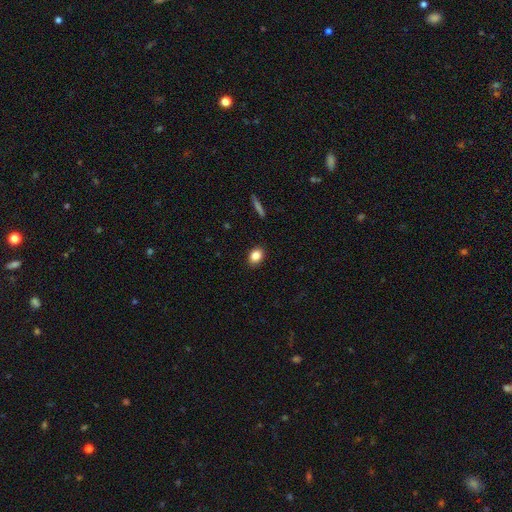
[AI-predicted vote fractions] Q: Smooth or featured?
A: smooth (84%); runner-up: star or artifact (9%)
Q: How rounded?
A: in between (61%); runner-up: round (37%)
Q: Merging?
A: none (89%); runner-up: minor disturbance (8%)